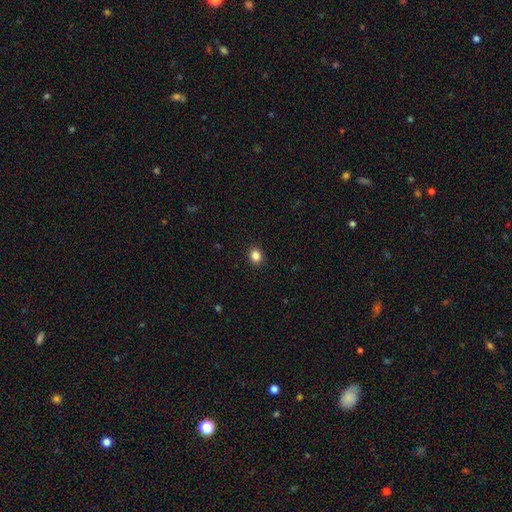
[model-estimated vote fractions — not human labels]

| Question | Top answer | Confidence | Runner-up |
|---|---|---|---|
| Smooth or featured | smooth | 85% | star or artifact (11%) |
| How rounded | round | 70% | in between (29%) |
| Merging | none | 91% | minor disturbance (6%) |